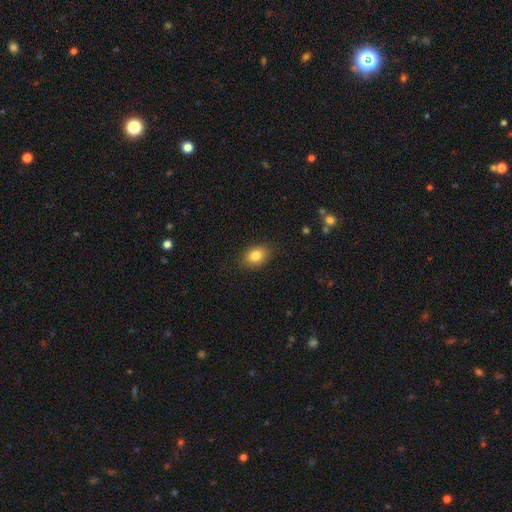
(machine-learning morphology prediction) Overall: smooth (83%). How rounded: in between (75%). Merging: none (86%).